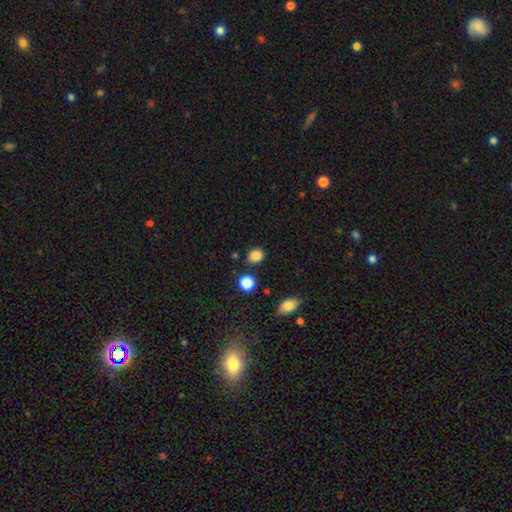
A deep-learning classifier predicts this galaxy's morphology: smooth-or-featured: smooth: 85% | star or artifact: 11% | featured or disk: 4%
  how-rounded: round: 71% | in between: 28% | cigar-shaped: 1%
  merging: none: 82% | minor disturbance: 11% | merger: 4% | major disturbance: 3%